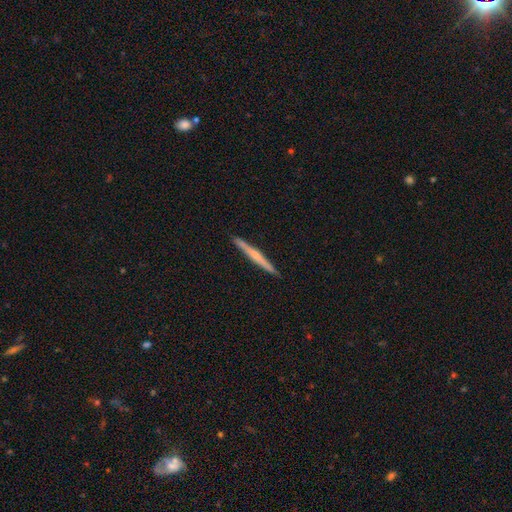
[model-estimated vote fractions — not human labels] Smooth or featured: featured or disk — 60% (smooth — 35%)
Edge-on disk: yes — 98% (no — 2%)
Edge-on bulge: rounded — 55% (none — 37%)
Merging: none — 92% (minor disturbance — 6%)